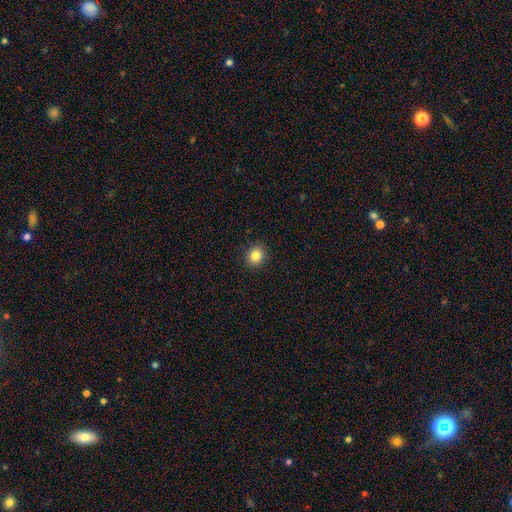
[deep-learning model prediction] Smooth or featured?
  - smooth: 83% *
  - star or artifact: 11%
  - featured or disk: 6%
How rounded?
  - round: 77% *
  - in between: 22%
  - cigar-shaped: 1%
Merging?
  - none: 91% *
  - minor disturbance: 6%
  - major disturbance: 2%
  - merger: 1%